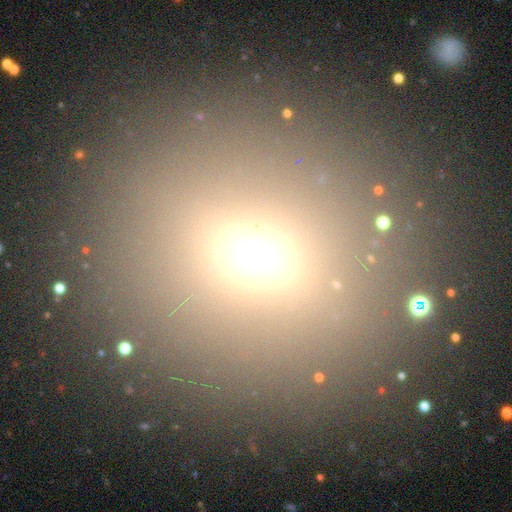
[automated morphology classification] This is likely a smooth galaxy (64%). How rounded: likely round (63%). Merging: clearly none (83%).